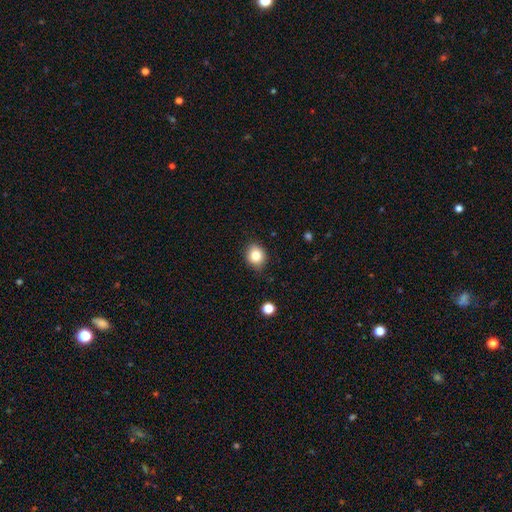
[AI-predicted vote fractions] smooth-or-featured: smooth: 82% | star or artifact: 10% | featured or disk: 8%
  how-rounded: round: 62% | in between: 37% | cigar-shaped: 1%
  merging: none: 85% | minor disturbance: 11% | major disturbance: 2% | merger: 1%